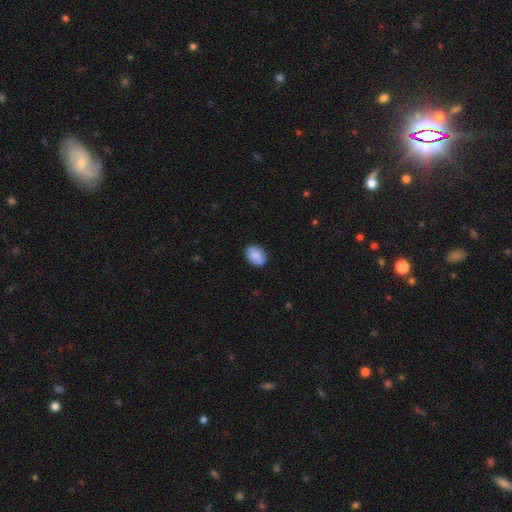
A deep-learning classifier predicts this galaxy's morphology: Smooth or featured?
  - smooth: 85% *
  - featured or disk: 8%
  - star or artifact: 7%
How rounded?
  - in between: 79% *
  - round: 20%
  - cigar-shaped: 1%
Merging?
  - none: 86% *
  - minor disturbance: 11%
  - major disturbance: 2%
  - merger: 1%